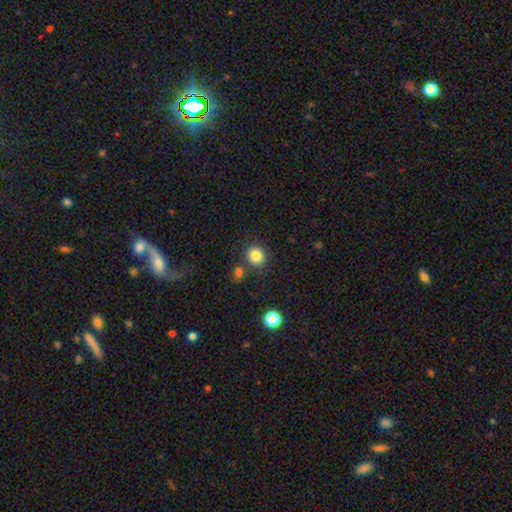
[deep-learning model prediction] A smooth galaxy with no disk features (84%) that is round (87%). Merging: none (80%).